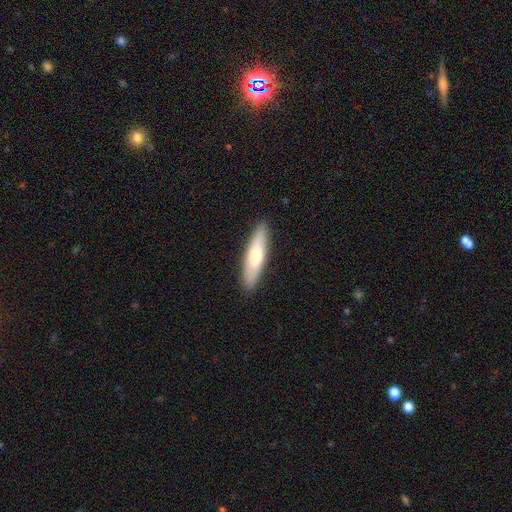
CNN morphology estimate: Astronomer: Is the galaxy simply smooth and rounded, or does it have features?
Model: smooth — 68%.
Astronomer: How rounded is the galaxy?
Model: cigar-shaped — 74%.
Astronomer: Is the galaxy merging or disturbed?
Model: none — 89%.